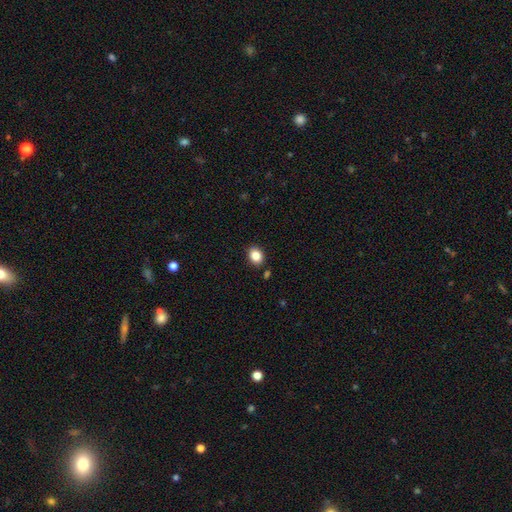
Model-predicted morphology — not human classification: This is clearly a smooth galaxy (85%). How rounded: possibly in between (52%). Merging: clearly none (87%).